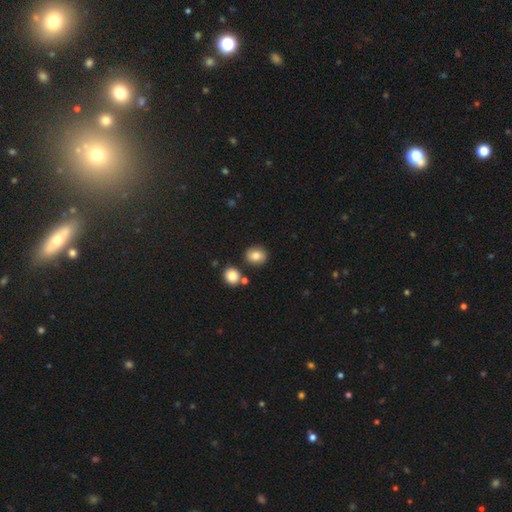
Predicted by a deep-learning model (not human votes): smooth 82%, star or artifact 9%, featured or disk 8%. Down the decision tree: how rounded — round (63%); merging — none (82%).